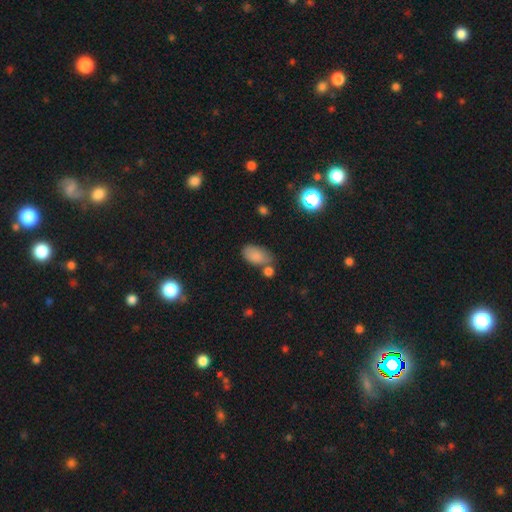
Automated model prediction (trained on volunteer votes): smooth_or_featured: smooth (p=0.82) [alt: star or artifact p=0.10]
how_rounded: in between (p=0.92) [alt: round p=0.06]
merging: none (p=0.55) [alt: minor disturbance p=0.22]